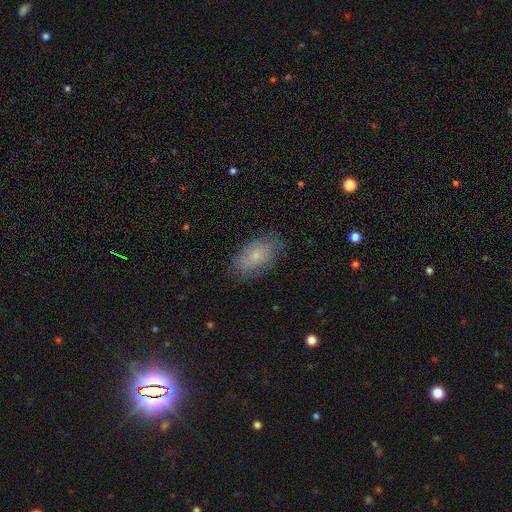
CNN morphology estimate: The model was most divided on "smooth or featured": smooth: 69%, featured or disk: 23%, star or artifact: 8%. More confident: how rounded — in between (91%); merging — none (77%).